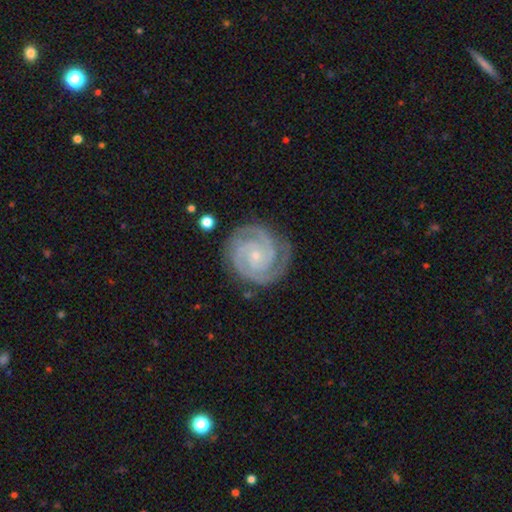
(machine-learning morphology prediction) featured or disk 92%, star or artifact 4%, smooth 4%. Down the decision tree: edge-on disk — no (98%); bar — no (73%); spiral arms — yes (99%); spiral arm count — 2 (53%); spiral winding — tight (79%); bulge size — small (83%); merging — none (82%).